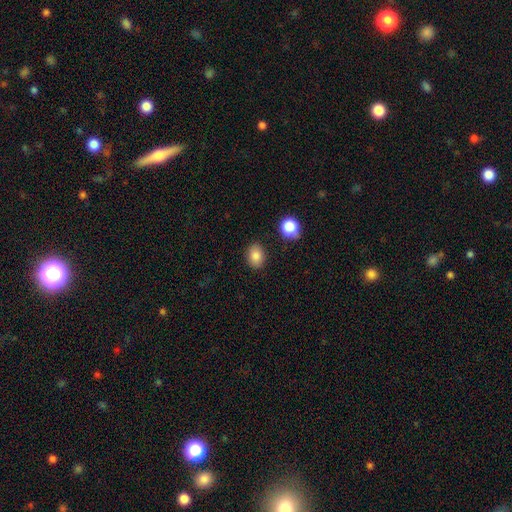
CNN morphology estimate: smooth-or-featured: smooth: 84% | star or artifact: 10% | featured or disk: 6%
  how-rounded: in between: 60% | round: 39% | cigar-shaped: 1%
  merging: none: 86% | minor disturbance: 9% | major disturbance: 3% | merger: 2%